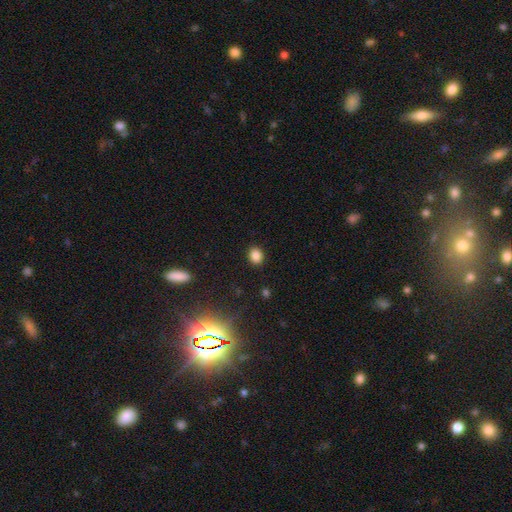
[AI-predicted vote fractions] smooth 84%, star or artifact 12%, featured or disk 4%. Down the decision tree: how rounded — round (59%); merging — none (90%).